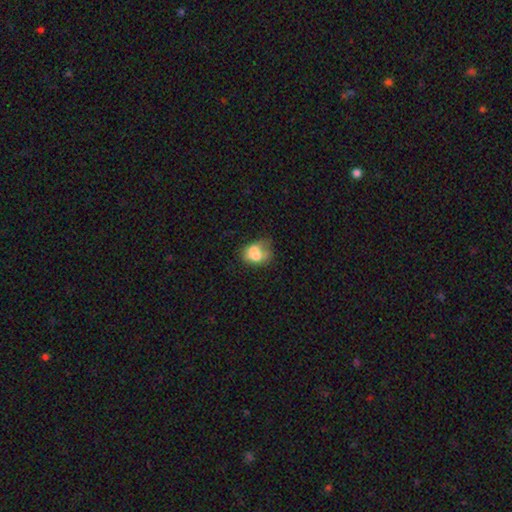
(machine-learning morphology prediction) A smooth galaxy with no disk features (65%) that is in between round and cigar-shaped (60%). Merging: merger (49%).